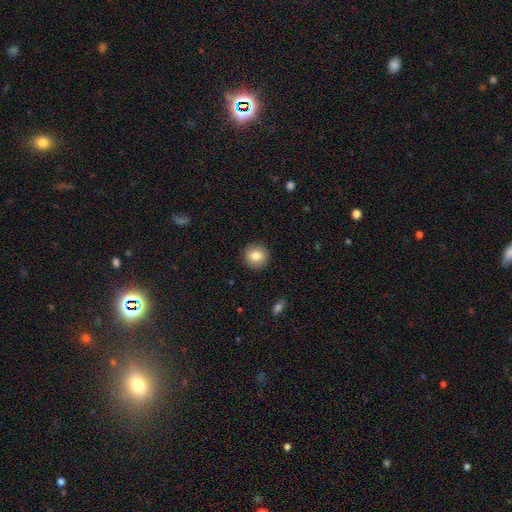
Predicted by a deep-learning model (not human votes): smooth_or_featured: smooth (p=0.83) [alt: featured or disk p=0.09]
how_rounded: round (p=0.93) [alt: in between p=0.06]
merging: none (p=0.92) [alt: minor disturbance p=0.06]